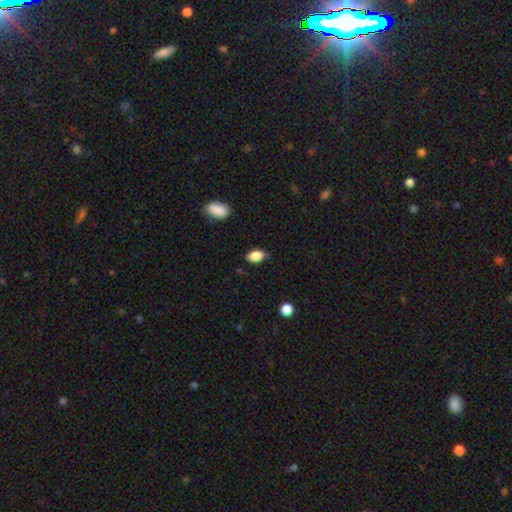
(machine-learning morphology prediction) type=smooth (86%); roundness=in between (90%); merging=none (77%).